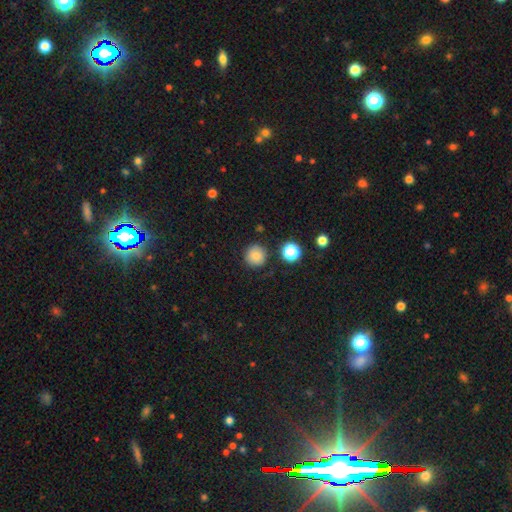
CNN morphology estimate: The model was most divided on "smooth or featured": smooth: 83%, star or artifact: 12%, featured or disk: 5%. More confident: how rounded — round (94%); merging — none (86%).